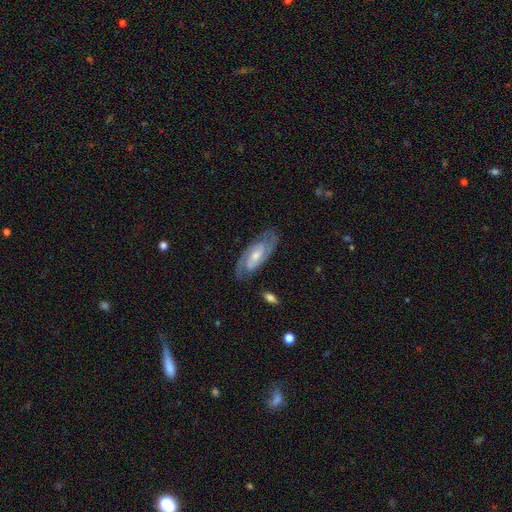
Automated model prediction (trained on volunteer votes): Overall: featured or disk (85%). Edge-on disk: no (93%). Bar: weak (44%; no 37%). Spiral arms: yes (96%). Spiral arm count: 2 (85%). Spiral winding: tight (51%; medium 40%). Bulge size: small (48%; moderate 46%). Merging: none (83%).